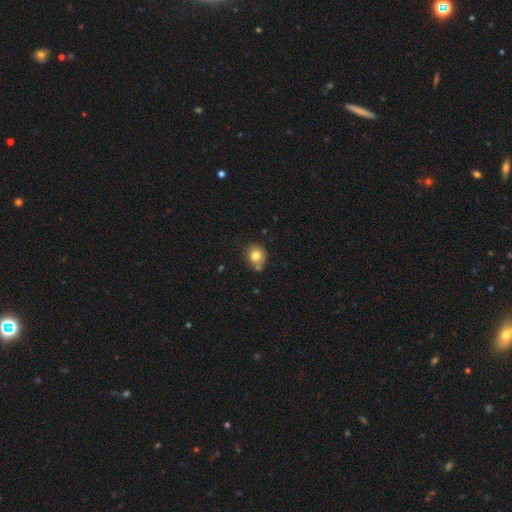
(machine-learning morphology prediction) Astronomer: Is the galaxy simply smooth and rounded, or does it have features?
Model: smooth — 78%.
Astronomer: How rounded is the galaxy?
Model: round — 83%.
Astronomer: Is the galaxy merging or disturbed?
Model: none — 68%.